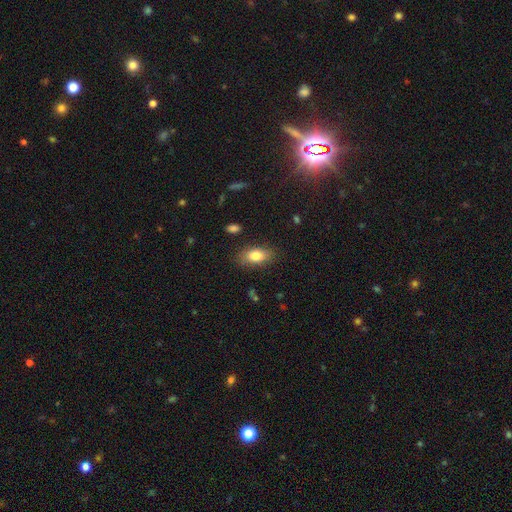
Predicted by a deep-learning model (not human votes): A smooth galaxy with no disk features (80%) that is in between round and cigar-shaped (87%). Merging: none (83%).